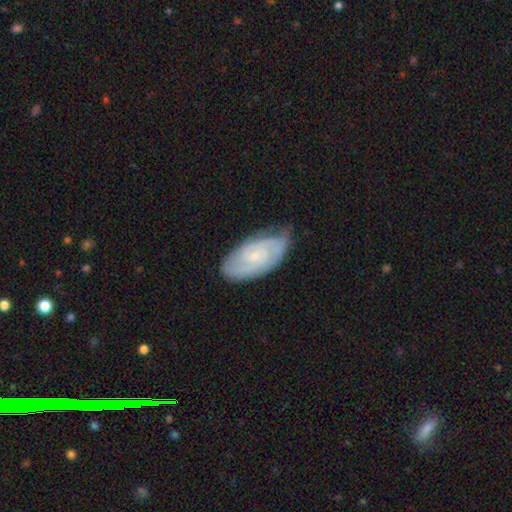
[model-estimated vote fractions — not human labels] A featured or disk galaxy (72%) with no bar (62%), 2 (48%) tight (60%) spiral arms (92%) and a small central bulge (75%).

Vote fractions:
- Smooth or featured? featured or disk: 72% / smooth: 22% / star or artifact: 6%
- Edge-on disk? no: 95% / yes: 5%
- Bar? no: 62% / weak: 32% / strong: 5%
- Spiral arms? yes: 92% / no: 8%
- Spiral winding? tight: 60% / medium: 33% / loose: 8%
- Spiral arm count? 2: 48% / can't tell: 29% / 3: 13% / 4: 4% / 1: 3% / more than 4: 3%
- Bulge size? small: 75% / moderate: 17% / none: 6% / large: 1% / dominant: 1%
- Merging? none: 70% / minor disturbance: 24% / major disturbance: 5% / merger: 1%